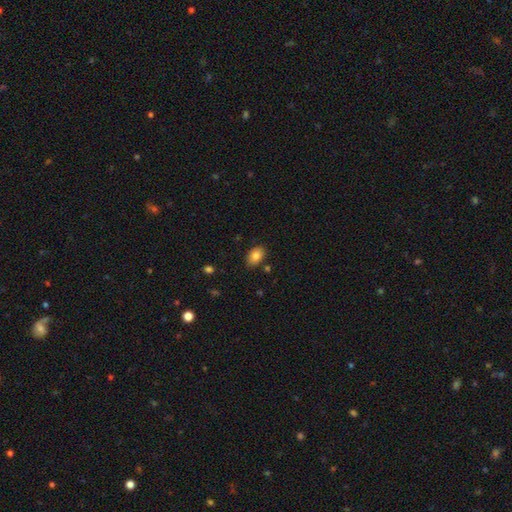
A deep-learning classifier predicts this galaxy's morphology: This is clearly a smooth galaxy (83%). How rounded: clearly in between (85%). Merging: clearly none (83%).